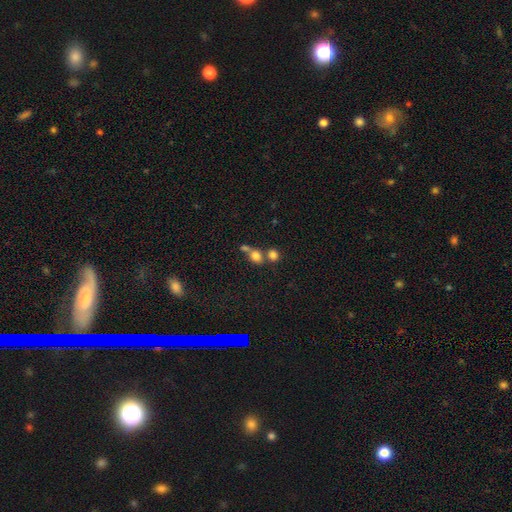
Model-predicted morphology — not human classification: This is likely a smooth galaxy (77%). How rounded: likely round (68%). Merging: possibly merger (46%).